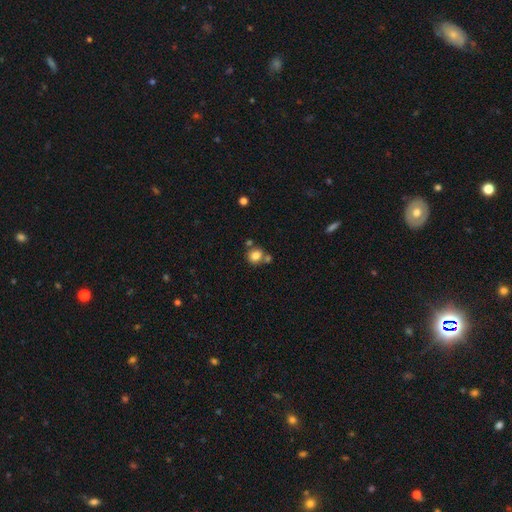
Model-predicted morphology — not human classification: Smooth or featured: smooth — 82% (star or artifact — 11%)
How rounded: round — 78% (in between — 21%)
Merging: none — 62% (merger — 22%)